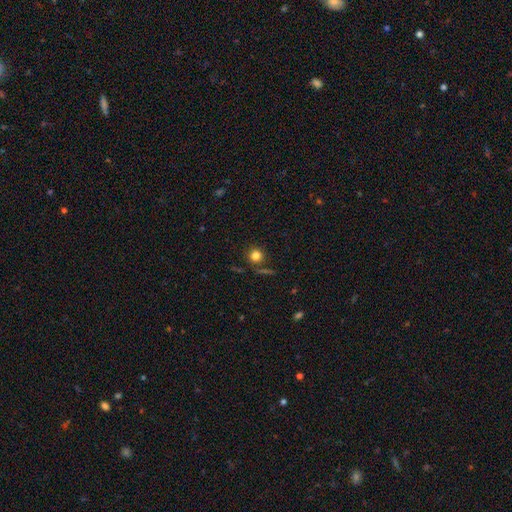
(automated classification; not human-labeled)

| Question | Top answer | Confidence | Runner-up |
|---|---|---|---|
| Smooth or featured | smooth | 79% | star or artifact (14%) |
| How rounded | round | 92% | in between (7%) |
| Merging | none | 81% | minor disturbance (9%) |